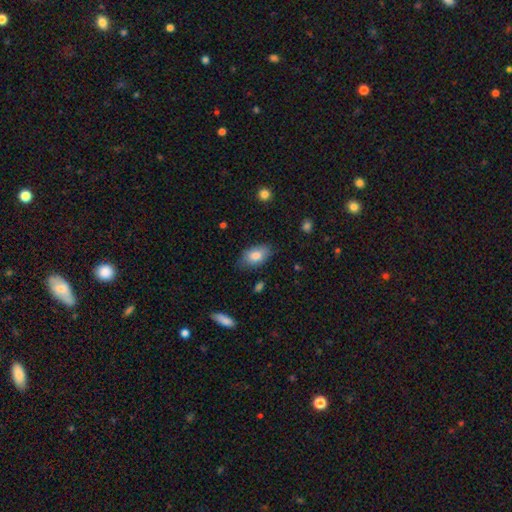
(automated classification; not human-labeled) Smooth or featured?
  - smooth: 80% *
  - featured or disk: 13%
  - star or artifact: 7%
How rounded?
  - in between: 92% *
  - round: 7%
  - cigar-shaped: 2%
Merging?
  - none: 77% *
  - minor disturbance: 19%
  - major disturbance: 3%
  - merger: 2%